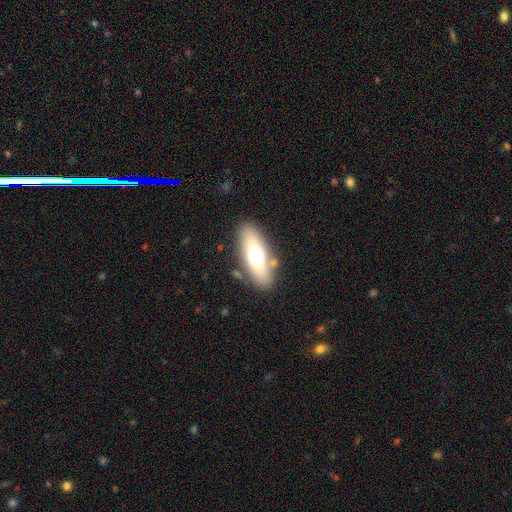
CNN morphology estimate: Smooth or featured? Predicted: smooth (p=0.59). How rounded? Predicted: in between (p=0.71). Merging? Predicted: none (p=0.81).